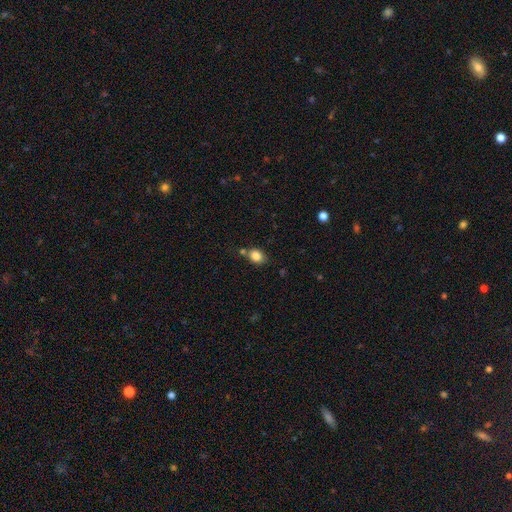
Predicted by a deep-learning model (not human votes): Overall: smooth (83%). How rounded: in between (52%; round 46%). Merging: none (67%).